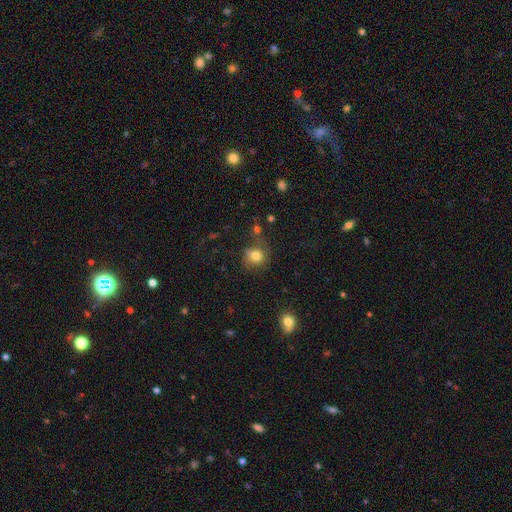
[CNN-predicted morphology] Smooth or featured: smooth — 77% (star or artifact — 12%)
How rounded: round — 78% (in between — 21%)
Merging: none — 63% (minor disturbance — 21%)